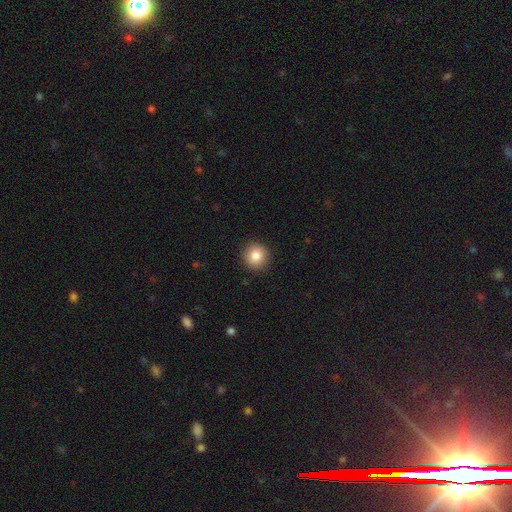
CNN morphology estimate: Q: Smooth or featured?
A: smooth (84%); runner-up: star or artifact (10%)
Q: How rounded?
A: round (93%); runner-up: in between (6%)
Q: Merging?
A: none (92%); runner-up: minor disturbance (5%)